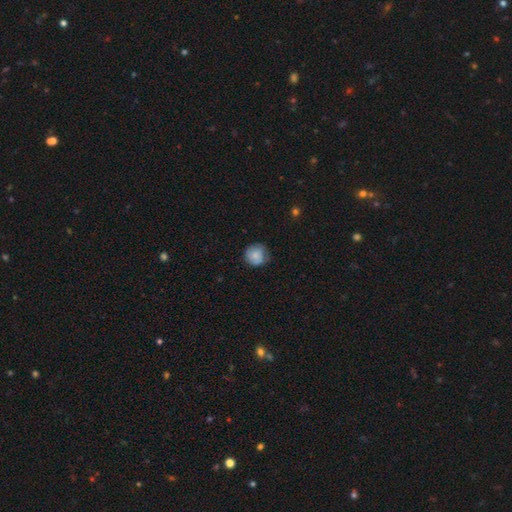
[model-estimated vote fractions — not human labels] smooth 78%, featured or disk 15%, star or artifact 7%. Down the decision tree: how rounded — round (91%); merging — none (71%).